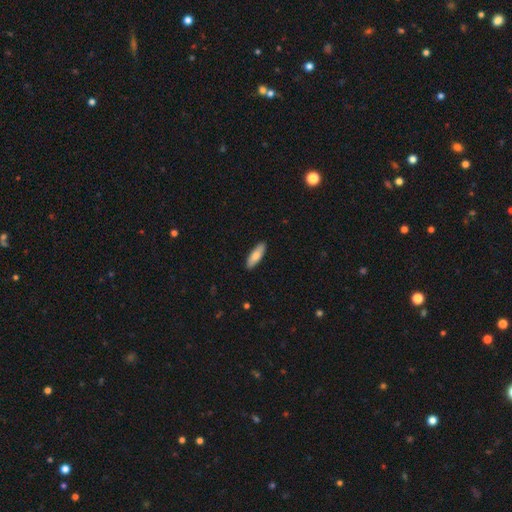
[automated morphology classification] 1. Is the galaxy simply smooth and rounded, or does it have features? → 79% smooth, 16% featured or disk, 5% star or artifact.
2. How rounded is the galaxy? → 52% cigar-shaped, 47% in between, 2% round.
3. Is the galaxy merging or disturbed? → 90% none, 7% minor disturbance, 1% major disturbance, 1% merger.